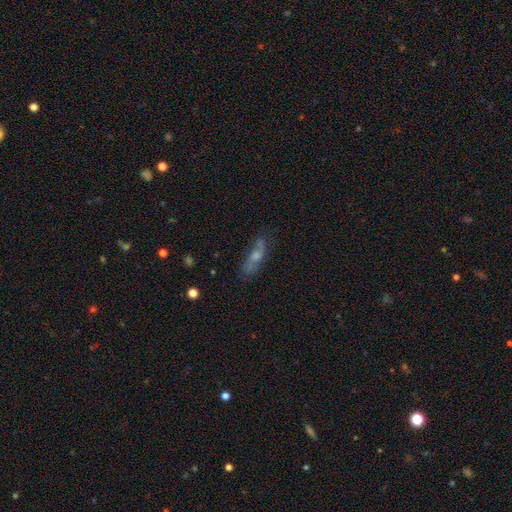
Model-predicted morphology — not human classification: smooth-or-featured: featured or disk: 53% | smooth: 34% | star or artifact: 13%
  disk-edge-on: no: 57% | yes: 43%
  merging: none: 72% | minor disturbance: 19% | major disturbance: 7% | merger: 3%